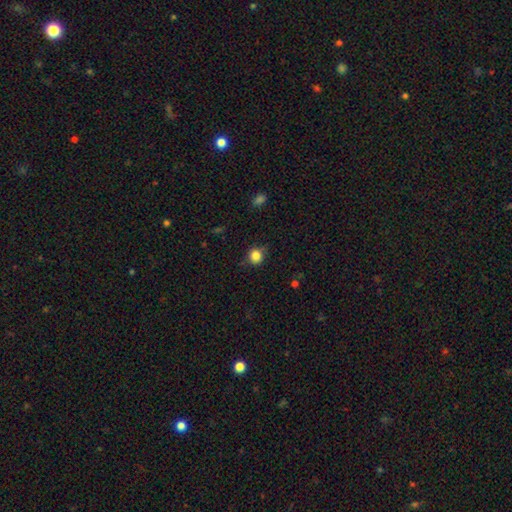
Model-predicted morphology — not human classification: This is clearly a smooth galaxy (84%). How rounded: clearly round (87%). Merging: likely none (79%).